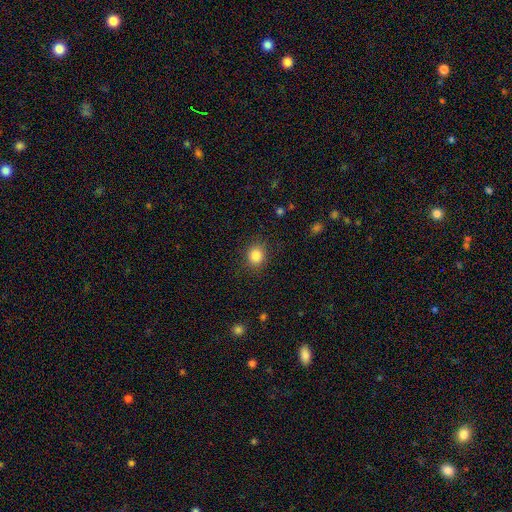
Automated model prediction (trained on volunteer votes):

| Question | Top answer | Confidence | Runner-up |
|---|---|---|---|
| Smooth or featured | smooth | 85% | star or artifact (10%) |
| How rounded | round | 74% | in between (25%) |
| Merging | none | 85% | minor disturbance (10%) |